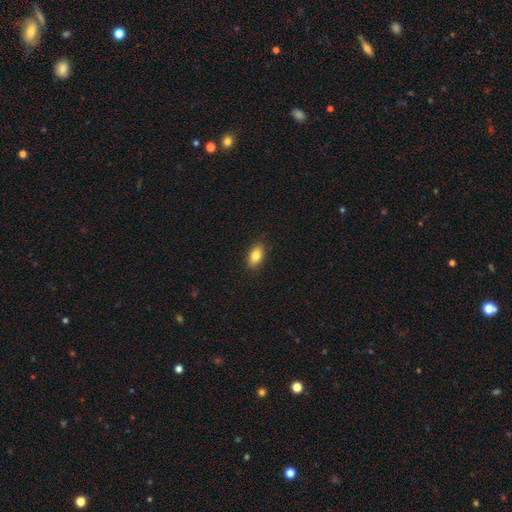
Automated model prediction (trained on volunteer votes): smooth-or-featured: smooth: 83% | featured or disk: 9% | star or artifact: 8%
  how-rounded: in between: 89% | round: 6% | cigar-shaped: 5%
  merging: none: 89% | minor disturbance: 9% | major disturbance: 2% | merger: 1%